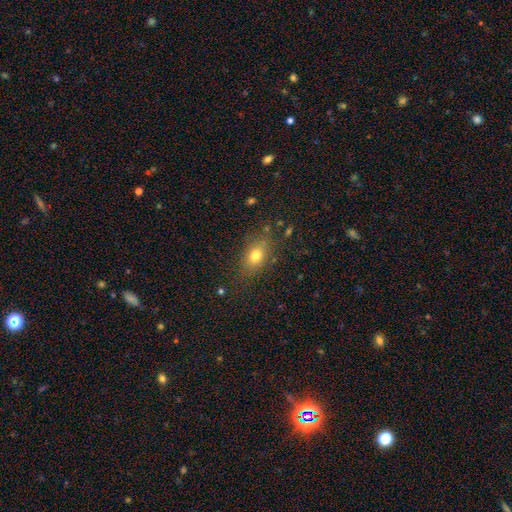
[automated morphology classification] This is likely a smooth galaxy (75%). How rounded: likely in between (70%). Merging: likely none (78%).